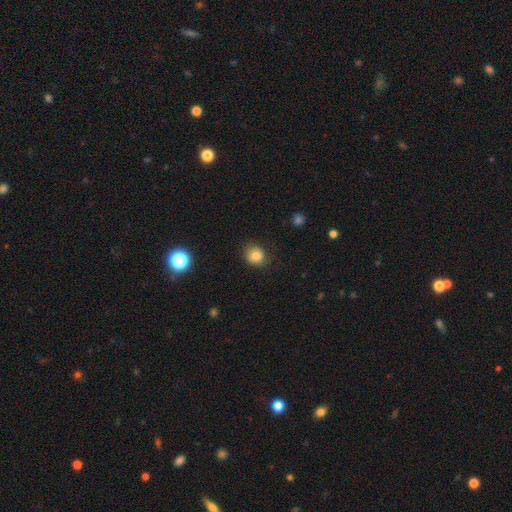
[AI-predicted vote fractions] Smooth or featured? smooth (82%)
How rounded? round (77%)
Merging? none (76%)